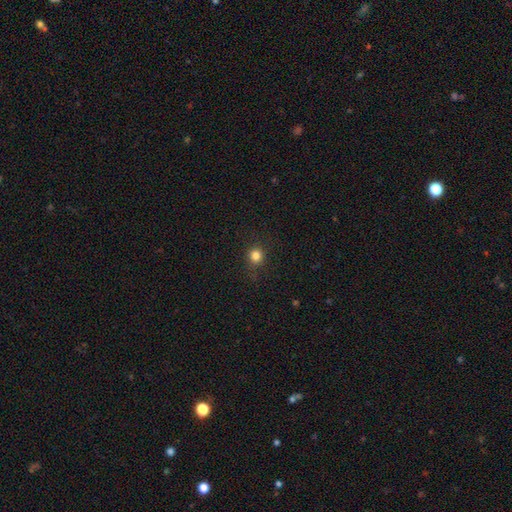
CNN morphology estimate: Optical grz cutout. It shows a smooth galaxy with no disk features (82%) that is round (91%). Merging: none (88%).